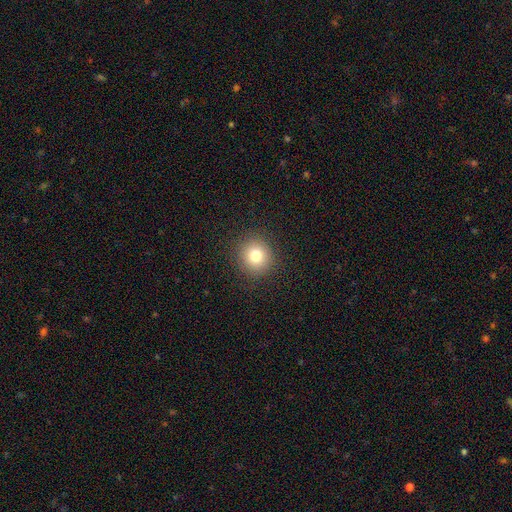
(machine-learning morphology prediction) smooth 78%, star or artifact 12%, featured or disk 9%. Down the decision tree: how rounded — round (90%); merging — none (90%).